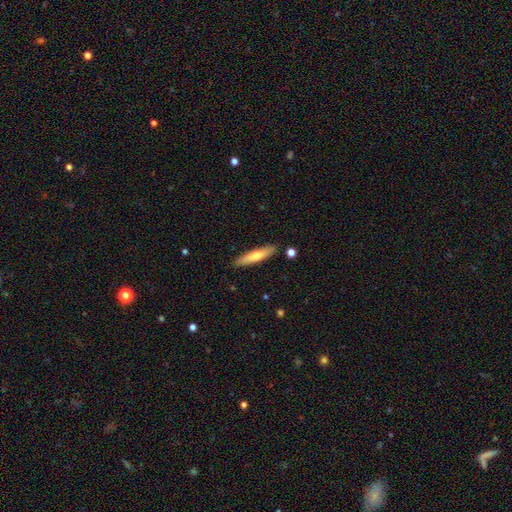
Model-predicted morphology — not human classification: Smooth or featured? smooth (67%)
How rounded? cigar-shaped (83%)
Merging? none (88%)